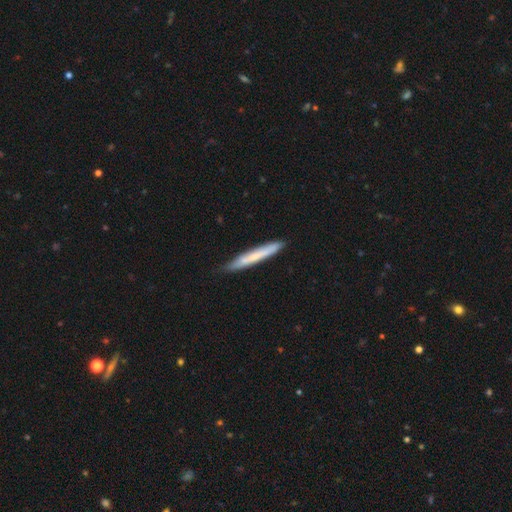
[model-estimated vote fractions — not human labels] Smooth or featured?
  - smooth: 64% *
  - featured or disk: 31%
  - star or artifact: 6%
How rounded?
  - cigar-shaped: 96% *
  - in between: 3%
  - round: 1%
Merging?
  - none: 82% *
  - minor disturbance: 15%
  - major disturbance: 2%
  - merger: 1%